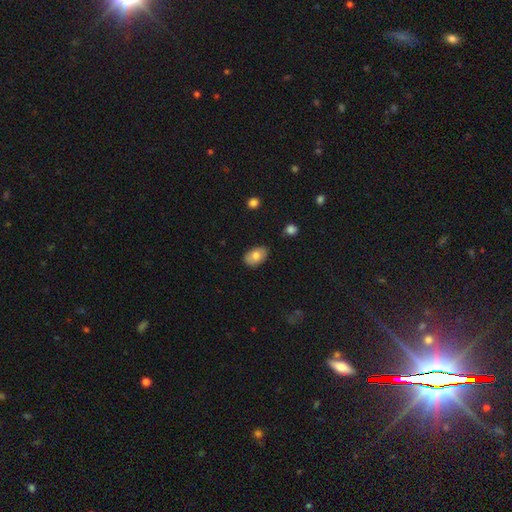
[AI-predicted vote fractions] Smooth or featured: smooth — 77% (featured or disk — 16%)
How rounded: in between — 88% (round — 11%)
Merging: none — 81% (minor disturbance — 15%)